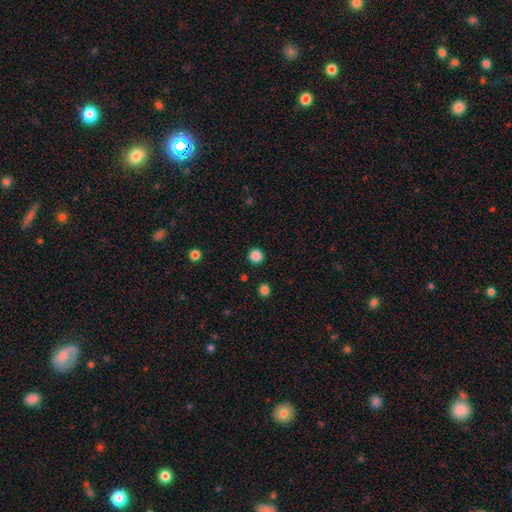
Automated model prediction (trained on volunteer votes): Overall: smooth (86%). How rounded: round (96%). Merging: none (92%).